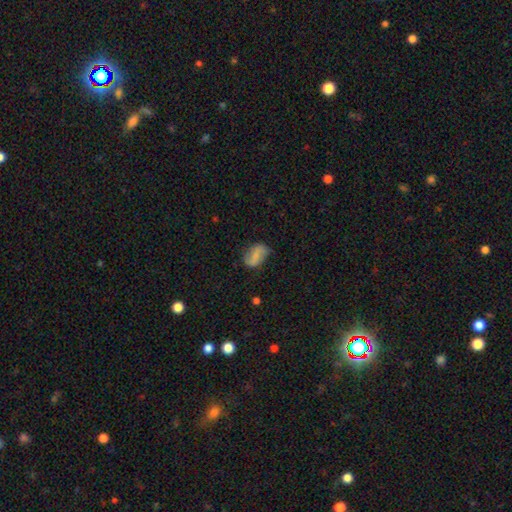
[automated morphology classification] Smooth or featured: smooth — 52% (featured or disk — 39%)
How rounded: in between — 86% (round — 11%)
Merging: none — 68% (minor disturbance — 23%)